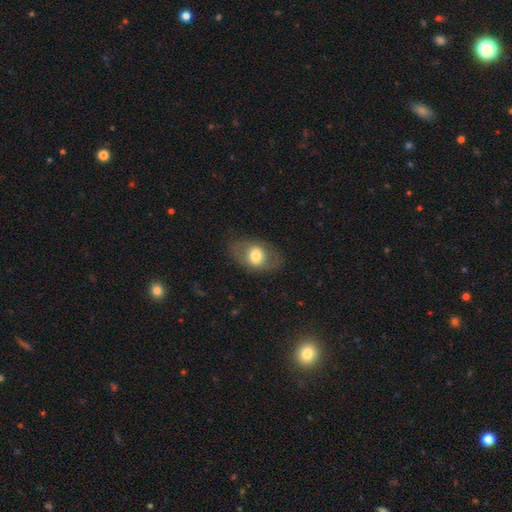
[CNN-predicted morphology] Smooth or featured: smooth — 62% (featured or disk — 31%)
How rounded: in between — 75% (round — 24%)
Merging: none — 76% (minor disturbance — 15%)